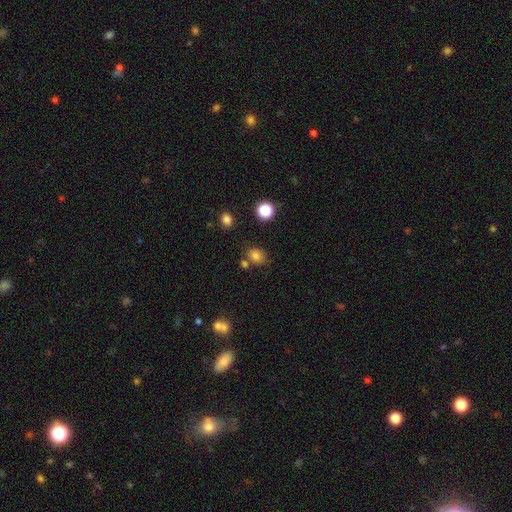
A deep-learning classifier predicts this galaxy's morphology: smooth_or_featured: smooth (p=0.79) [alt: star or artifact p=0.14]
how_rounded: in between (p=0.51) [alt: round p=0.48]
merging: none (p=0.70) [alt: minor disturbance p=0.13]